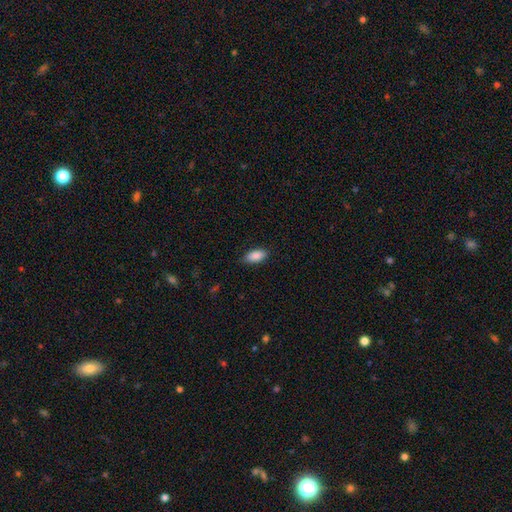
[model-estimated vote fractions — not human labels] This appears to be a smooth galaxy with no disk features (88%) that is in between round and cigar-shaped (90%). Merging: none (83%).